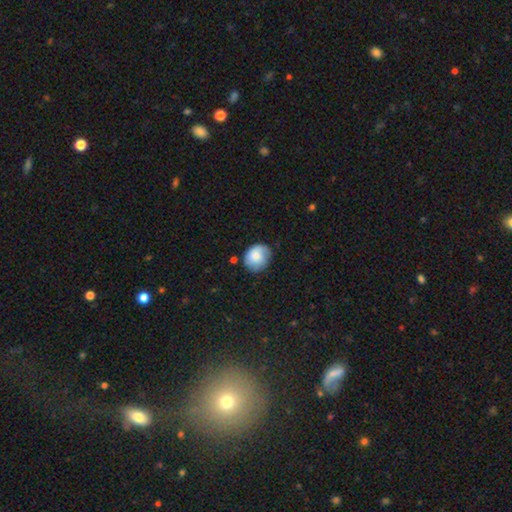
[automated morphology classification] Smooth or featured: smooth — 74% (featured or disk — 18%)
How rounded: round — 64% (in between — 35%)
Merging: none — 67% (minor disturbance — 25%)